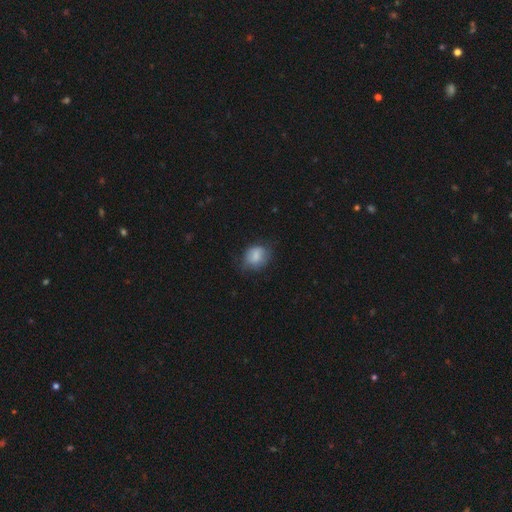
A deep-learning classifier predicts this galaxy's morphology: A smooth galaxy with no disk features (78%) that is in between round and cigar-shaped (50%).

Vote fractions:
- Smooth or featured? smooth: 78% / featured or disk: 13% / star or artifact: 8%
- How rounded? in between: 50% / round: 49% / cigar-shaped: 1%
- Merging? none: 63% / minor disturbance: 27% / major disturbance: 8% / merger: 1%